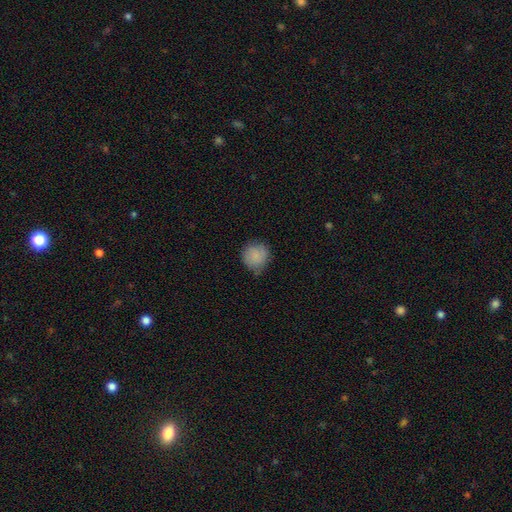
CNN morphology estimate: This appears to be a smooth galaxy with no disk features (85%) that is round (88%). Merging: none (67%).